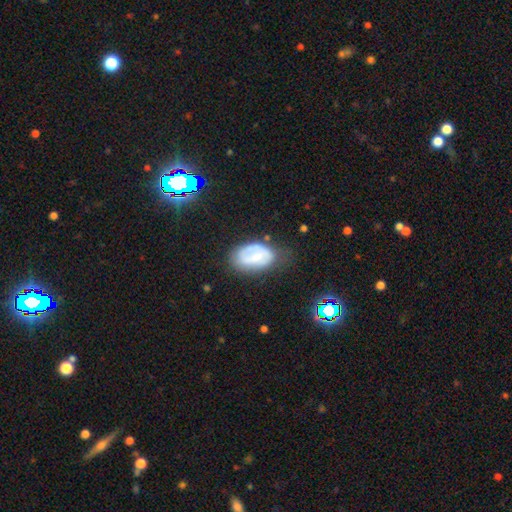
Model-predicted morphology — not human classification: Q: Smooth or featured?
A: smooth (49%); runner-up: featured or disk (43%)
Q: Merging?
A: none (51%); runner-up: minor disturbance (32%)